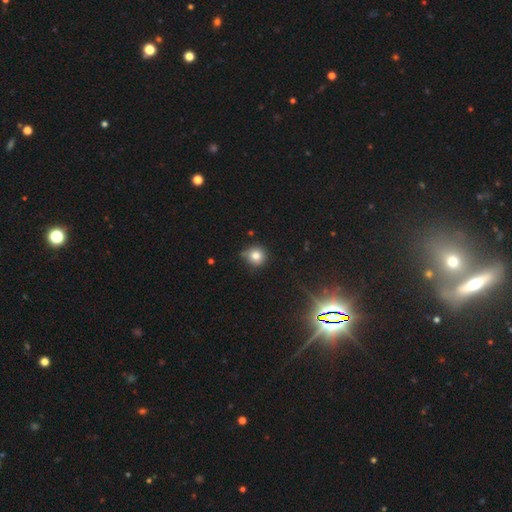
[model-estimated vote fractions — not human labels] Morphology: type=smooth (79%); roundness=round (91%); merging=none (71%).